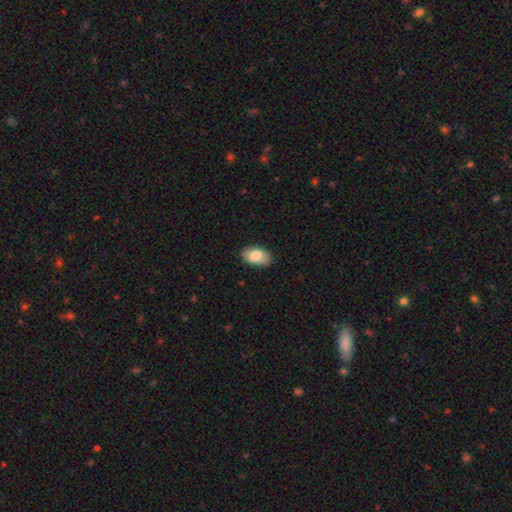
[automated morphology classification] A smooth galaxy with no disk features (84%) that is in between round and cigar-shaped (93%). Merging: none (84%).